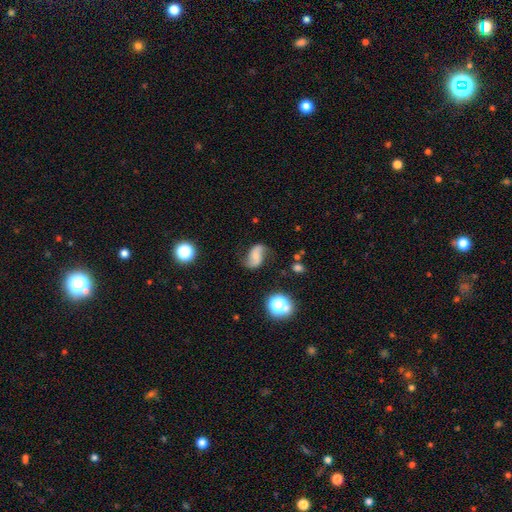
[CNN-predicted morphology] Smooth or featured: featured or disk — 71% (smooth — 20%)
Edge-on disk: no — 97% (yes — 3%)
Bar: no — 53% (weak — 35%)
Spiral arms: yes — 94% (no — 6%)
Spiral winding: loose — 71% (medium — 22%)
Spiral arm count: 2 — 92% (can't tell — 3%)
Bulge size: small — 41% (none — 32%)
Merging: none — 71% (minor disturbance — 19%)